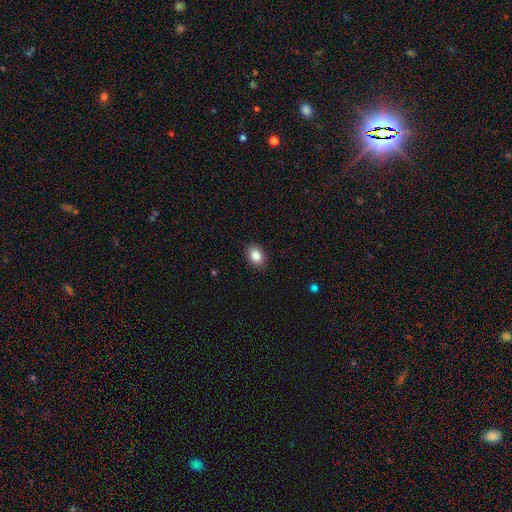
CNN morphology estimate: This appears to be a smooth galaxy with no disk features (86%) that is in between round and cigar-shaped (76%). Merging: none (89%).